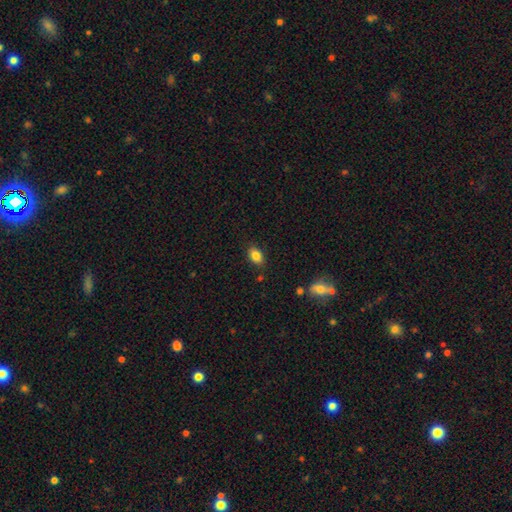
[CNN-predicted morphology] Smooth or featured?
  - smooth: 84% *
  - star or artifact: 9%
  - featured or disk: 7%
How rounded?
  - in between: 86% *
  - round: 13%
  - cigar-shaped: 2%
Merging?
  - none: 85% *
  - minor disturbance: 11%
  - major disturbance: 2%
  - merger: 2%